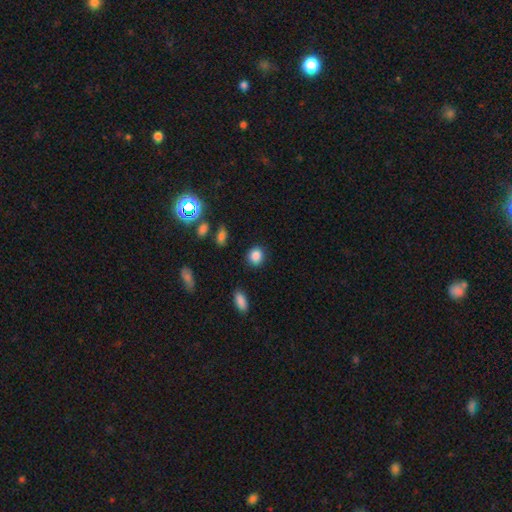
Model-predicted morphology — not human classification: This appears to be a smooth galaxy with no disk features (86%) that is round (78%). Merging: none (88%).